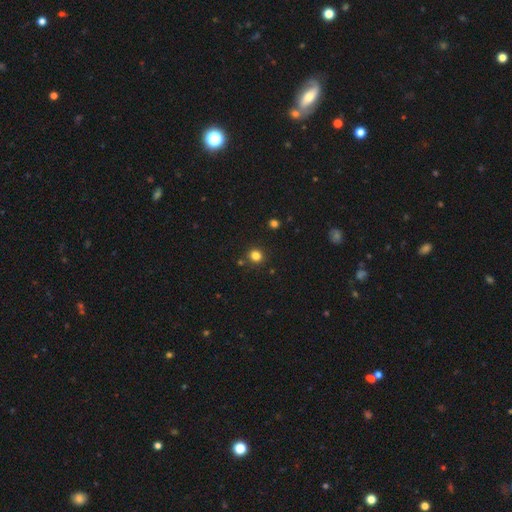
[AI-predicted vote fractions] Q: Smooth or featured?
A: smooth (81%); runner-up: star or artifact (15%)
Q: How rounded?
A: round (84%); runner-up: in between (15%)
Q: Merging?
A: none (86%); runner-up: minor disturbance (8%)